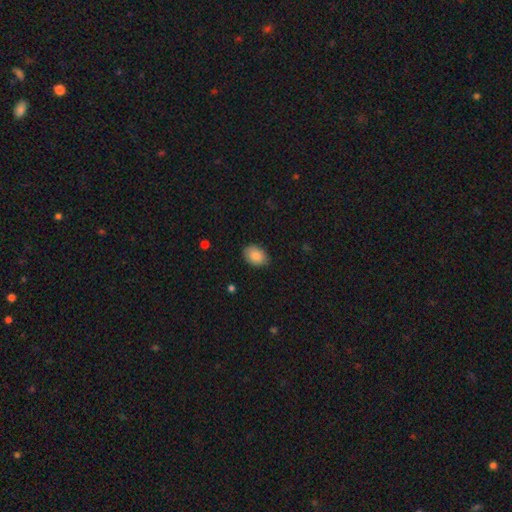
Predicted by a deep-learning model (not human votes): Smooth or featured?
  - smooth: 85% *
  - featured or disk: 8%
  - star or artifact: 7%
How rounded?
  - in between: 78% *
  - round: 21%
  - cigar-shaped: 1%
Merging?
  - none: 84% *
  - minor disturbance: 13%
  - major disturbance: 2%
  - merger: 1%